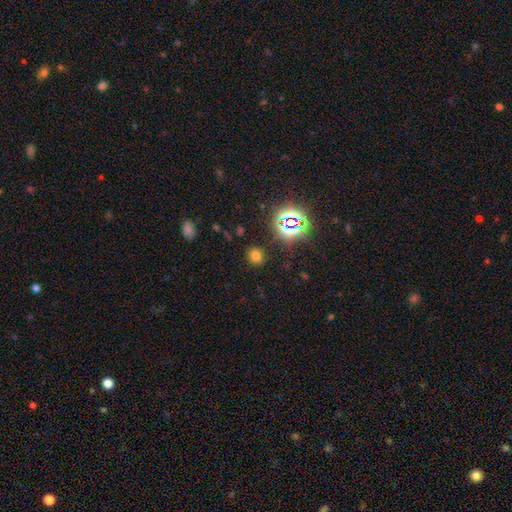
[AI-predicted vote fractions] Smooth or featured? Predicted: smooth (p=0.66). How rounded? Predicted: round (p=0.71). Merging? Predicted: none (p=0.86).